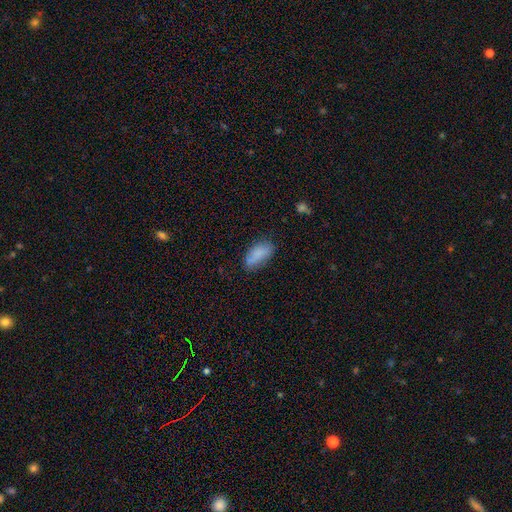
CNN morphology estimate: Smooth or featured? Predicted: smooth (p=0.83). How rounded? Predicted: in between (p=0.90). Merging? Predicted: none (p=0.68).